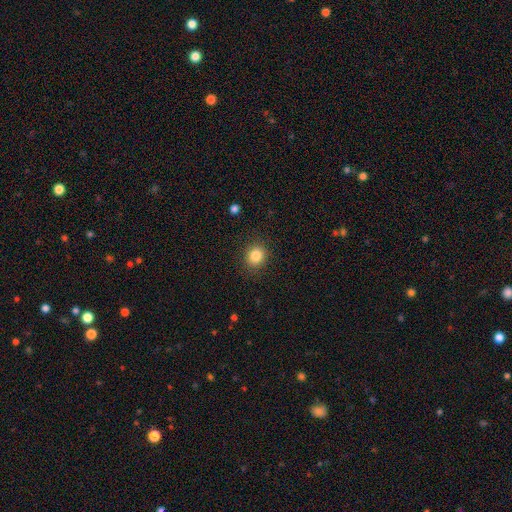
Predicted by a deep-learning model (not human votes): smooth_or_featured: smooth (p=0.84) [alt: star or artifact p=0.11]
how_rounded: round (p=0.77) [alt: in between p=0.22]
merging: none (p=0.88) [alt: minor disturbance p=0.08]